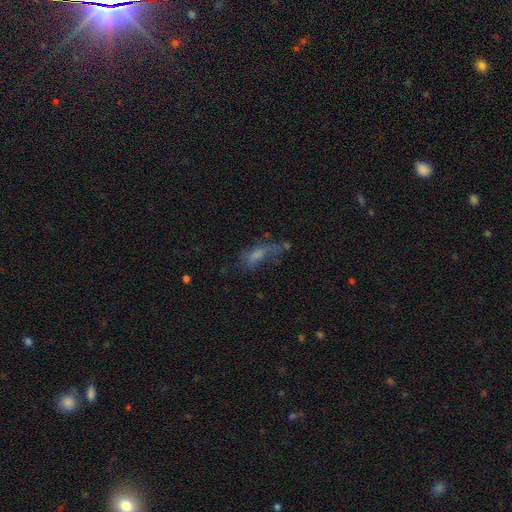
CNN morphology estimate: smooth_or_featured: smooth (p=0.45) [alt: featured or disk p=0.36]
merging: none (p=0.37) [alt: major disturbance p=0.33]